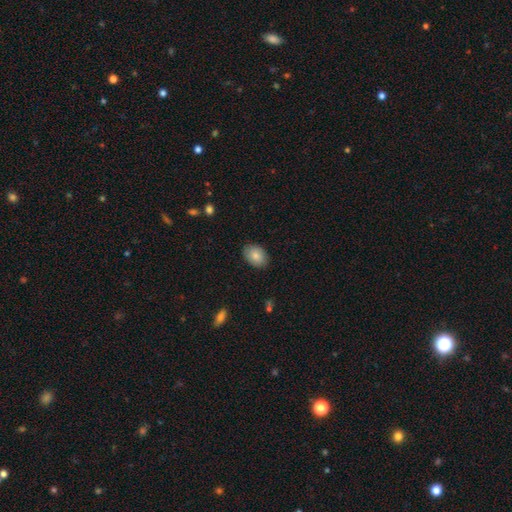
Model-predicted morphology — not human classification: Smooth or featured: smooth — 84% (featured or disk — 9%)
How rounded: in between — 82% (round — 17%)
Merging: none — 86% (minor disturbance — 11%)